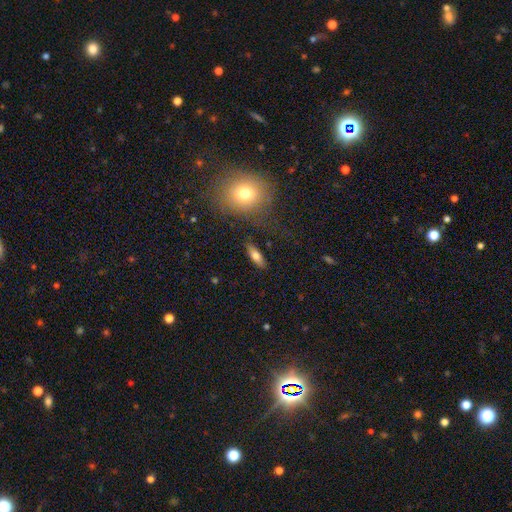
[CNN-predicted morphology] Smooth or featured?
  - smooth: 70% *
  - featured or disk: 22%
  - star or artifact: 8%
How rounded?
  - in between: 59% *
  - cigar-shaped: 37%
  - round: 4%
Merging?
  - none: 85% *
  - minor disturbance: 10%
  - major disturbance: 3%
  - merger: 2%